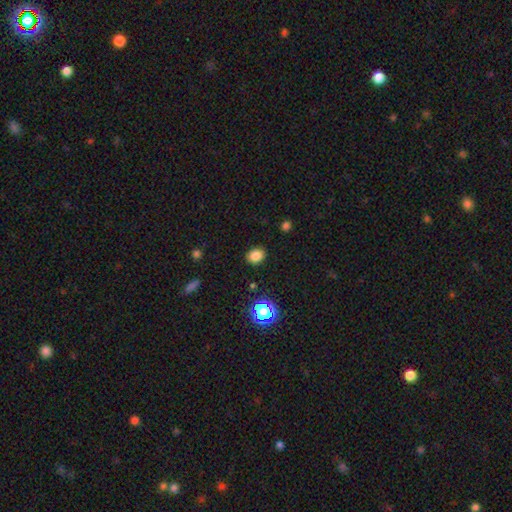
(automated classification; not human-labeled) A smooth galaxy with no disk features (82%) that is in between round and cigar-shaped (54%).

Vote fractions:
- Smooth or featured? smooth: 82% / star or artifact: 14% / featured or disk: 5%
- How rounded? in between: 54% / round: 45% / cigar-shaped: 1%
- Merging? none: 88% / minor disturbance: 8% / major disturbance: 2% / merger: 1%